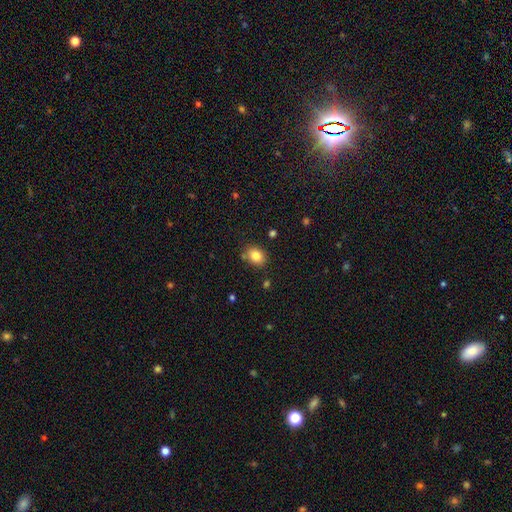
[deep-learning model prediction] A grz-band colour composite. It shows a smooth galaxy with no disk features (83%) that is in between round and cigar-shaped (51%). Merging: none (80%).